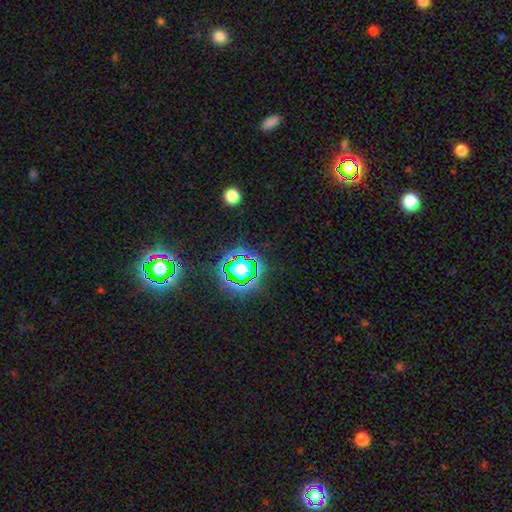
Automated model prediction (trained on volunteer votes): A star or artifact, not a galaxy (78%).

Vote fractions:
- Smooth or featured? star or artifact: 78% / smooth: 14% / featured or disk: 8%